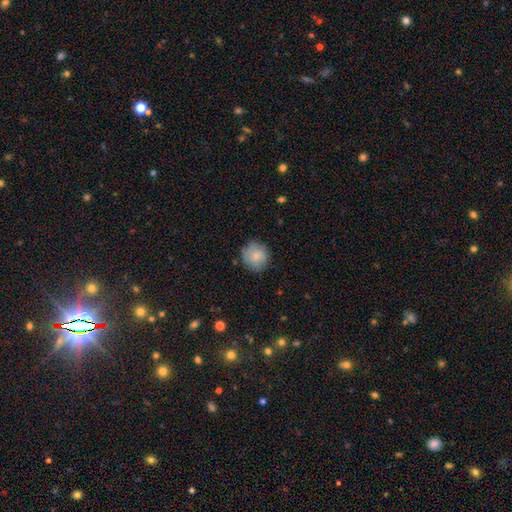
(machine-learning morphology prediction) smooth-or-featured: smooth: 83% | featured or disk: 10% | star or artifact: 7%
  how-rounded: round: 91% | in between: 8% | cigar-shaped: 1%
  merging: none: 79% | minor disturbance: 16% | major disturbance: 4% | merger: 1%